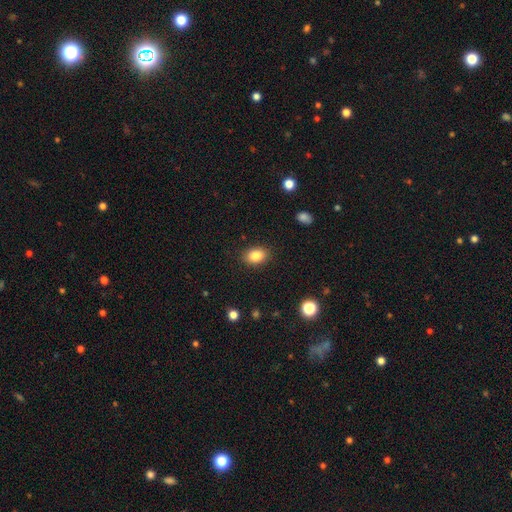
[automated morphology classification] smooth_or_featured: smooth (p=0.85) [alt: star or artifact p=0.09]
how_rounded: in between (p=0.76) [alt: round p=0.23]
merging: none (p=0.88) [alt: minor disturbance p=0.09]